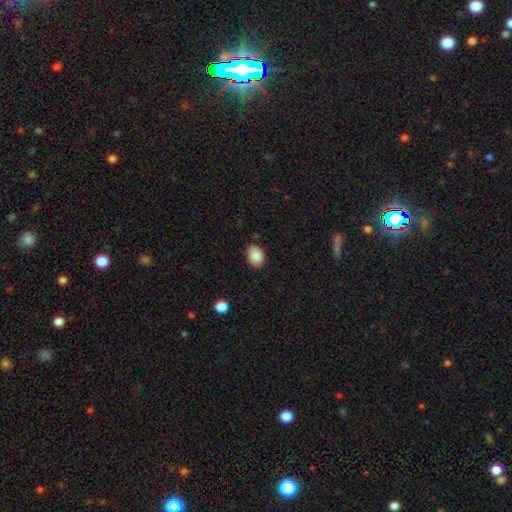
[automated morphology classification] Q: Smooth or featured?
A: smooth (88%); runner-up: star or artifact (8%)
Q: How rounded?
A: in between (67%); runner-up: round (32%)
Q: Merging?
A: none (83%); runner-up: minor disturbance (13%)